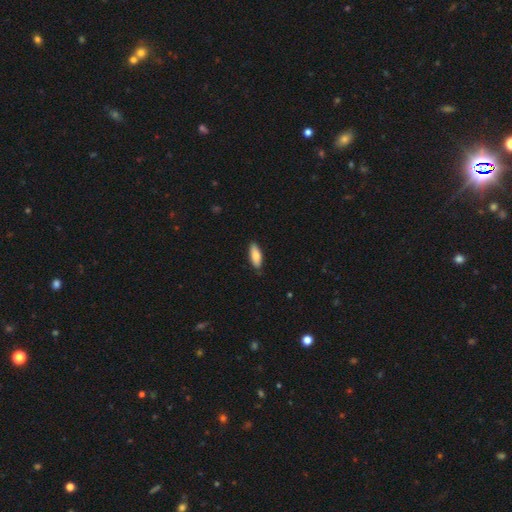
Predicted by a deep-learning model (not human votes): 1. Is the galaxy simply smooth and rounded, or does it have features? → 82% smooth, 13% featured or disk, 6% star or artifact.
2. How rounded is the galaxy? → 72% in between, 27% cigar-shaped, 2% round.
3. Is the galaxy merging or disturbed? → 83% none, 14% minor disturbance, 2% major disturbance, 1% merger.